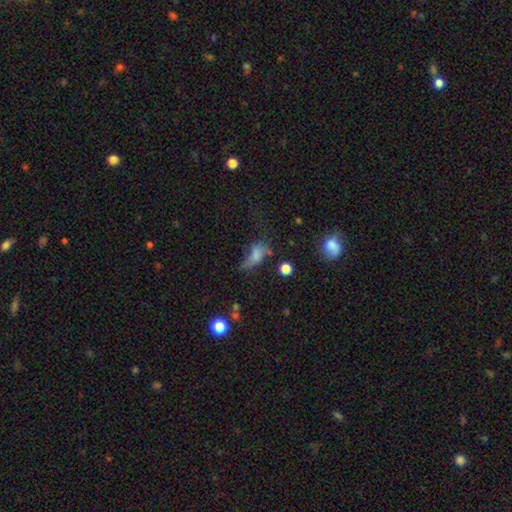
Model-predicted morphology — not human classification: smooth 64%, featured or disk 19%, star or artifact 16%. Down the decision tree: how rounded — in between (76%); merging — major disturbance (32%).